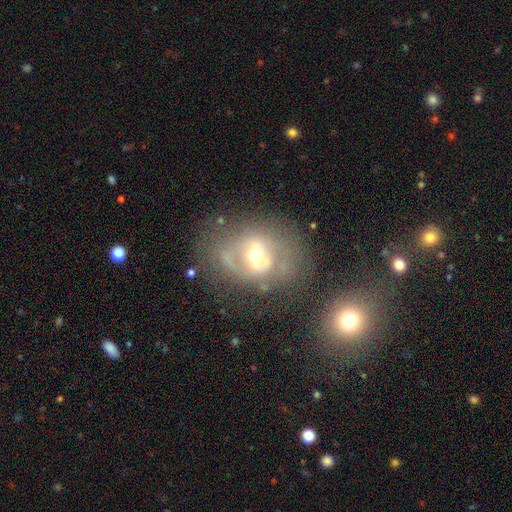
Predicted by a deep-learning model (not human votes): Smooth or featured? featured or disk (65%)
Edge-on disk? no (94%)
Bar? no (43%)
Spiral arms? no (57%)
Bulge size? moderate (67%)
Merging? none (53%)